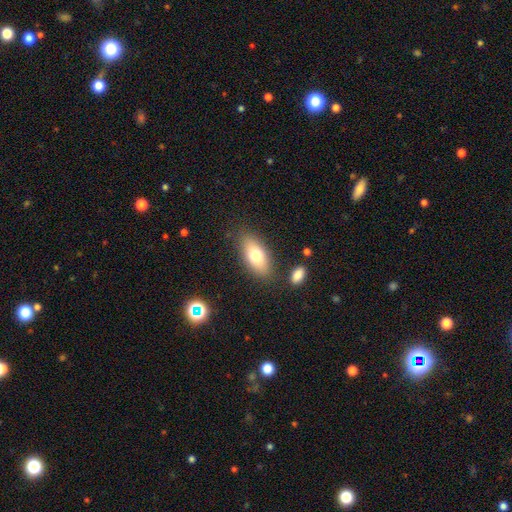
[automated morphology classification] Smooth or featured? Predicted: smooth (p=0.72). How rounded? Predicted: in between (p=0.85). Merging? Predicted: none (p=0.80).